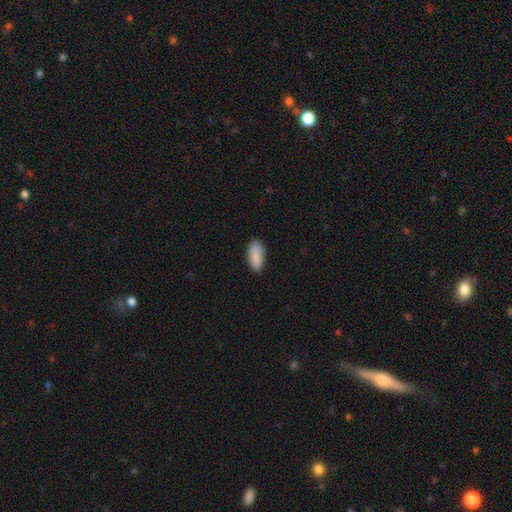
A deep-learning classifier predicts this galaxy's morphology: A smooth galaxy with no disk features (89%) that is in between round and cigar-shaped (88%).

Vote fractions:
- Smooth or featured? smooth: 89% / star or artifact: 6% / featured or disk: 5%
- How rounded? in between: 88% / cigar-shaped: 10% / round: 2%
- Merging? none: 88% / minor disturbance: 10% / major disturbance: 2% / merger: 1%